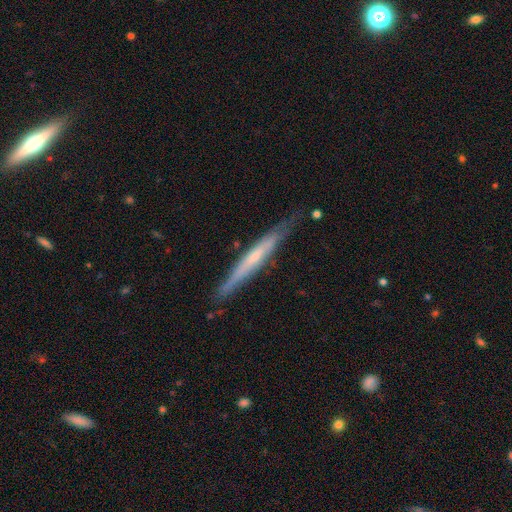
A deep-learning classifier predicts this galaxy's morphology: Smooth or featured: featured or disk — 62% (smooth — 32%)
Edge-on disk: yes — 95% (no — 5%)
Edge-on bulge: none — 60% (rounded — 33%)
Merging: none — 84% (minor disturbance — 12%)